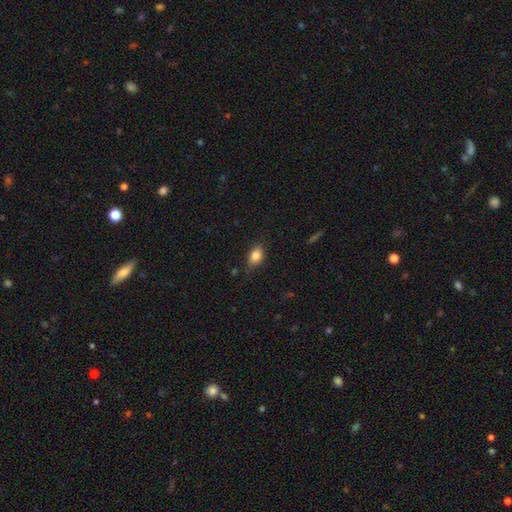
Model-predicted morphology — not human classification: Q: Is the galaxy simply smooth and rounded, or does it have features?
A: smooth — 83%.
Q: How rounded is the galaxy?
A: in between — 75%.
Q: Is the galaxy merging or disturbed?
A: none — 74%.